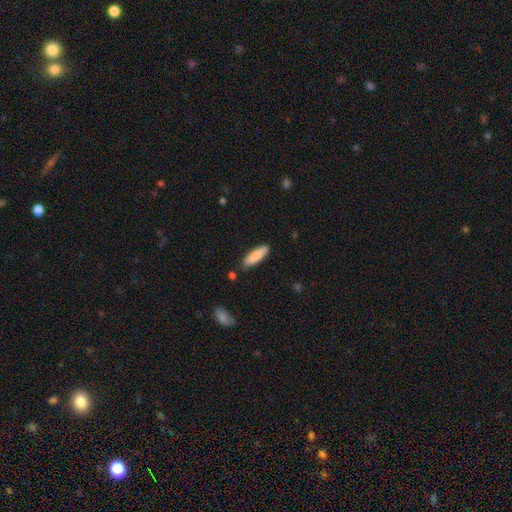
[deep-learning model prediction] A smooth galaxy with no disk features (87%) that is cigar-shaped (61%). Merging: none (86%).